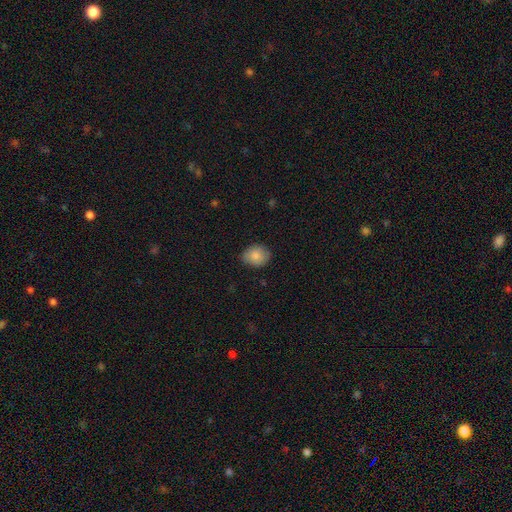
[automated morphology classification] Smooth or featured: smooth — 85% (featured or disk — 8%)
How rounded: round — 56% (in between — 43%)
Merging: none — 80% (minor disturbance — 16%)